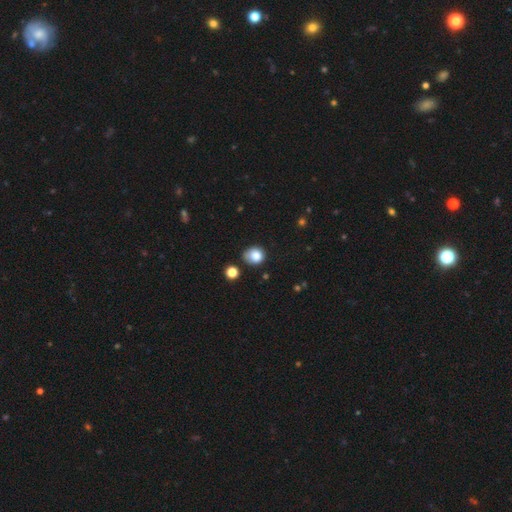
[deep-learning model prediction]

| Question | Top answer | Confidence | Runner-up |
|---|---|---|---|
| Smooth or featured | smooth | 83% | star or artifact (11%) |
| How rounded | round | 71% | in between (28%) |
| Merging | none | 59% | minor disturbance (27%) |